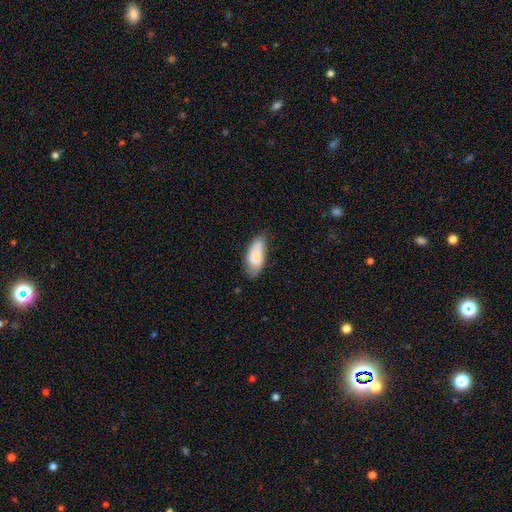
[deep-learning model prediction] The model was most divided on "merging": none: 58%, minor disturbance: 31%, major disturbance: 8%, merger: 3%. More confident: how rounded — in between (86%); smooth or featured — smooth (79%).